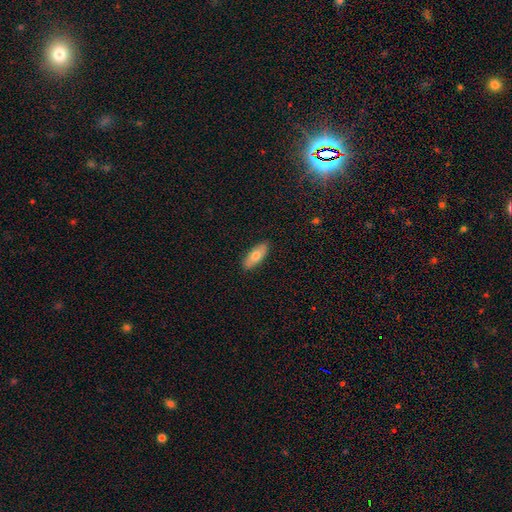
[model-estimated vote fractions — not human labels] smooth_or_featured: smooth (p=0.71) [alt: featured or disk p=0.23]
how_rounded: in between (p=0.76) [alt: cigar-shaped p=0.22]
merging: none (p=0.89) [alt: minor disturbance p=0.09]